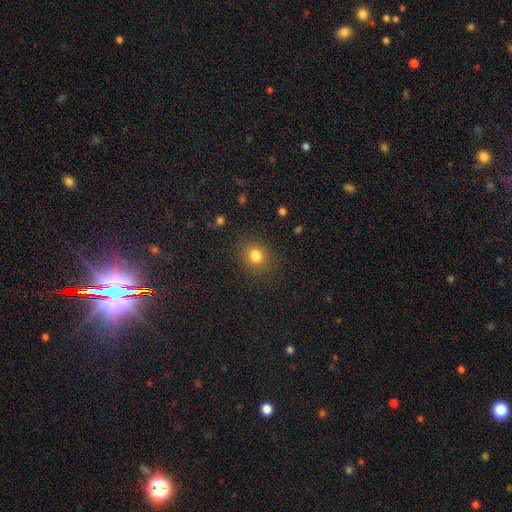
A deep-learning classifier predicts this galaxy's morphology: Smooth or featured? smooth (82%)
How rounded? round (62%)
Merging? none (84%)